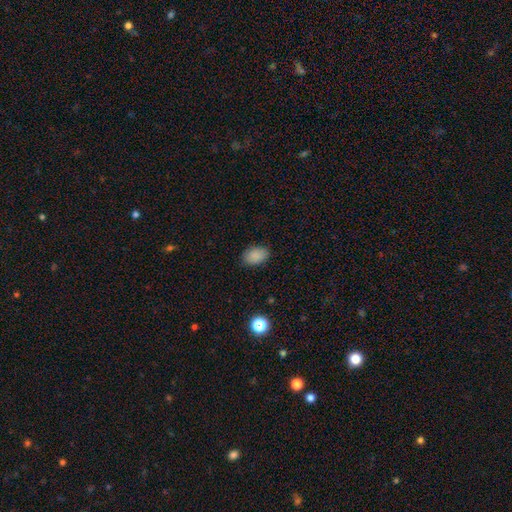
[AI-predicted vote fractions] A smooth galaxy with no disk features (87%) that is in between round and cigar-shaped (83%). Merging: none (84%).